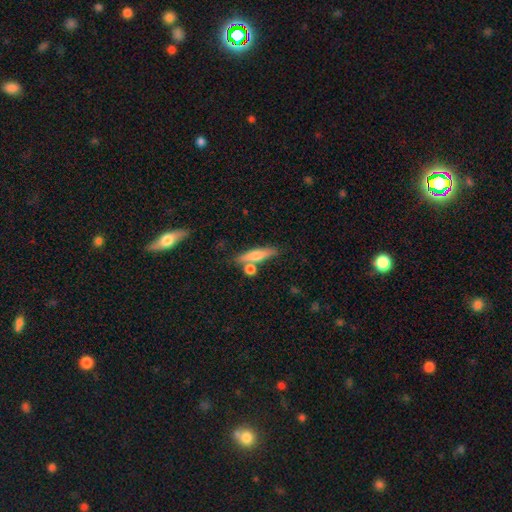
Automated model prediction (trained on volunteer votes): smooth_or_featured: smooth (p=0.64) [alt: featured or disk p=0.30]
how_rounded: cigar-shaped (p=0.77) [alt: in between p=0.18]
merging: none (p=0.69) [alt: merger p=0.16]